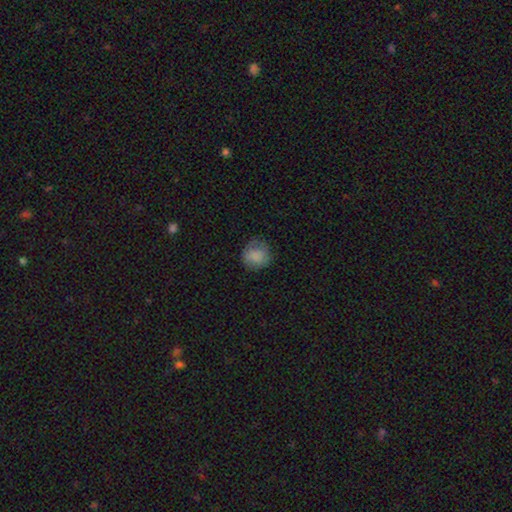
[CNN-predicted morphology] A smooth galaxy with no disk features (83%) that is round (85%).

Vote fractions:
- Smooth or featured? smooth: 83% / star or artifact: 8% / featured or disk: 8%
- How rounded? round: 85% / in between: 14% / cigar-shaped: 1%
- Merging? none: 73% / minor disturbance: 20% / major disturbance: 6% / merger: 1%